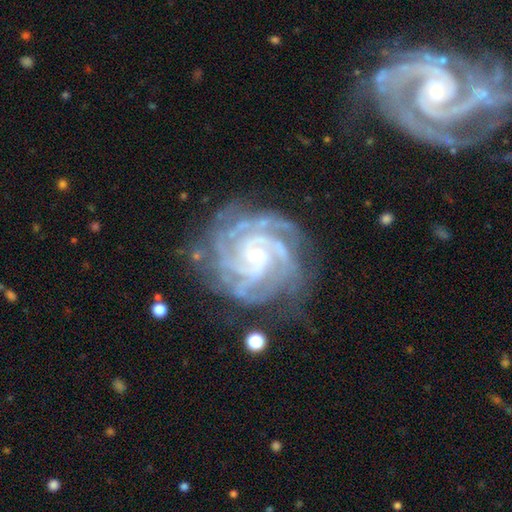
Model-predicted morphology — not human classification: smooth-or-featured: featured or disk: 92% | star or artifact: 5% | smooth: 3%
  disk-edge-on: no: 98% | yes: 2%
    bar: no: 62% | weak: 28% | strong: 10%
    has-spiral-arms: yes: 99% | no: 1%
      spiral-winding: tight: 76% | medium: 22% | loose: 2%
      spiral-arm-count: 3: 28% | 4: 24% | 2: 20% | can't tell: 13% | more than 4: 9% | 1: 6%
    bulge-size: small: 76% | moderate: 17% | none: 4% | large: 1% | dominant: 1%
  merging: none: 73% | minor disturbance: 18% | major disturbance: 7% | merger: 2%